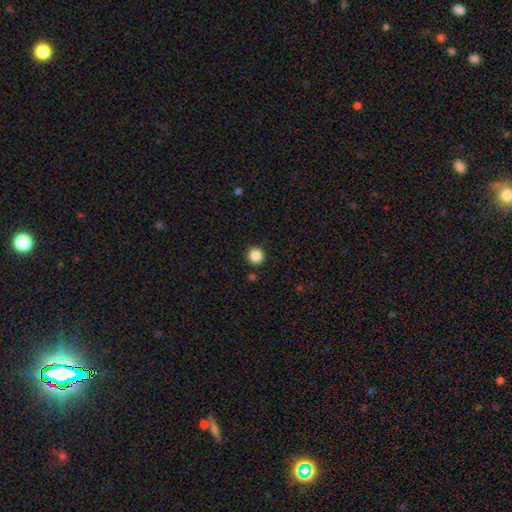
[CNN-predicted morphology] smooth-or-featured: smooth: 86% | star or artifact: 11% | featured or disk: 3%
  how-rounded: round: 94% | in between: 5% | cigar-shaped: 1%
  merging: none: 91% | minor disturbance: 5% | merger: 2% | major disturbance: 2%